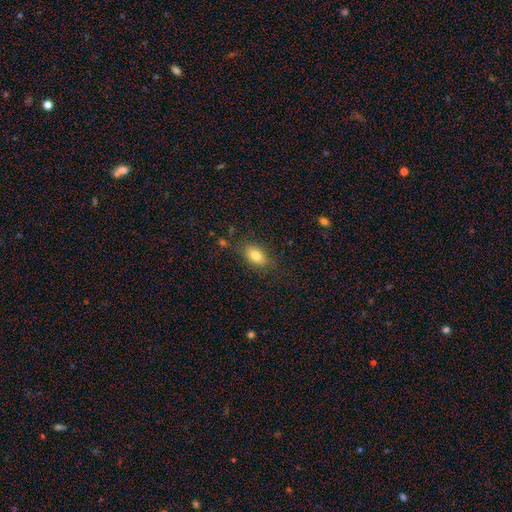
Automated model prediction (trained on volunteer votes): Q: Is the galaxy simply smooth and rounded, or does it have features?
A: smooth — 81%.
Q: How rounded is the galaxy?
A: in between — 89%.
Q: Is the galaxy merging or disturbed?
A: none — 81%.